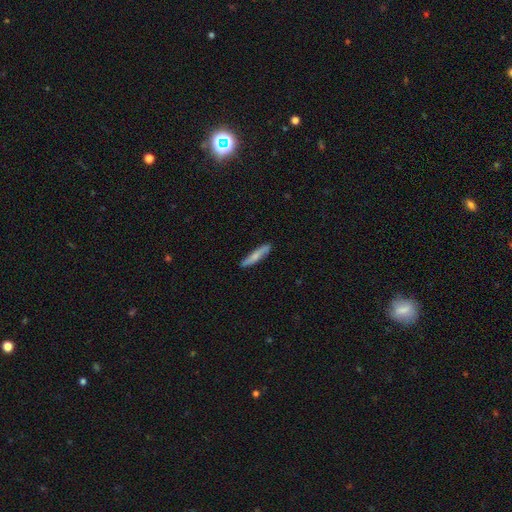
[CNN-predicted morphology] Q: Smooth or featured?
A: smooth (65%); runner-up: featured or disk (30%)
Q: How rounded?
A: cigar-shaped (89%); runner-up: in between (9%)
Q: Merging?
A: none (86%); runner-up: minor disturbance (11%)